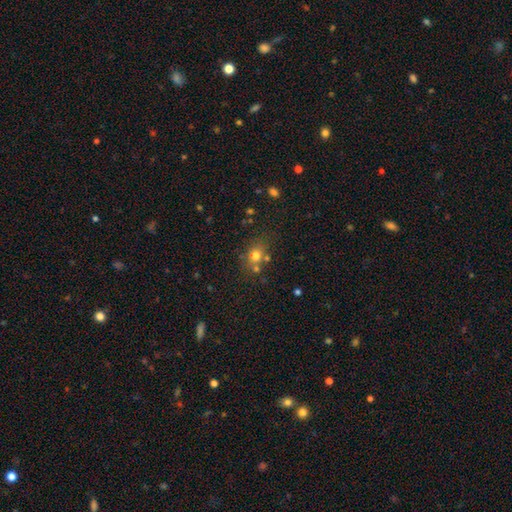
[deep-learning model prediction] A smooth galaxy with no disk features (71%) that is round (66%). Merging: none (62%).